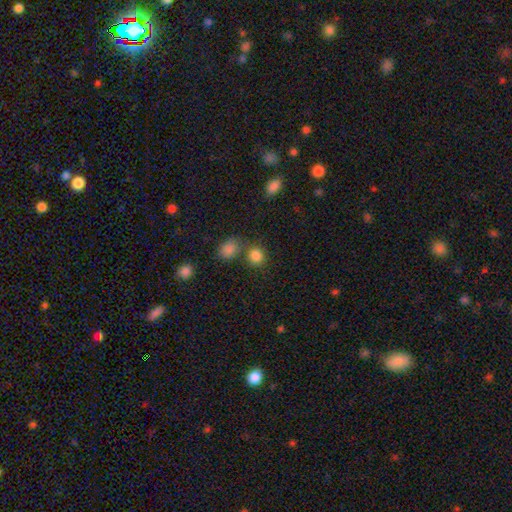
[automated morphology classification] Smooth or featured?
  - smooth: 83% *
  - star or artifact: 12%
  - featured or disk: 5%
How rounded?
  - round: 80% *
  - in between: 19%
  - cigar-shaped: 1%
Merging?
  - none: 66% *
  - merger: 21%
  - minor disturbance: 9%
  - major disturbance: 4%